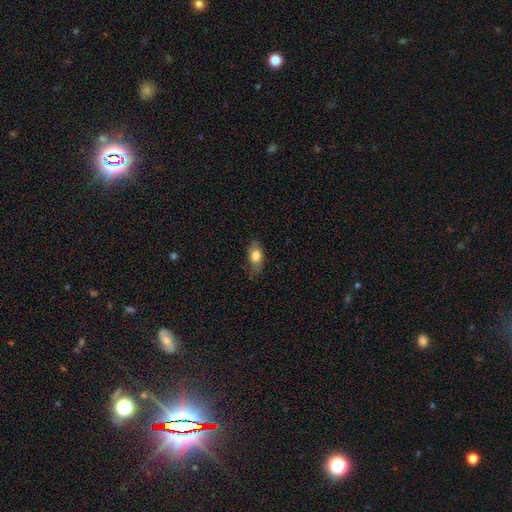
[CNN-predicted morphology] A smooth galaxy with no disk features (77%) that is in between round and cigar-shaped (86%).

Vote fractions:
- Smooth or featured? smooth: 77% / featured or disk: 15% / star or artifact: 7%
- How rounded? in between: 86% / round: 8% / cigar-shaped: 7%
- Merging? none: 62% / minor disturbance: 28% / major disturbance: 8% / merger: 1%